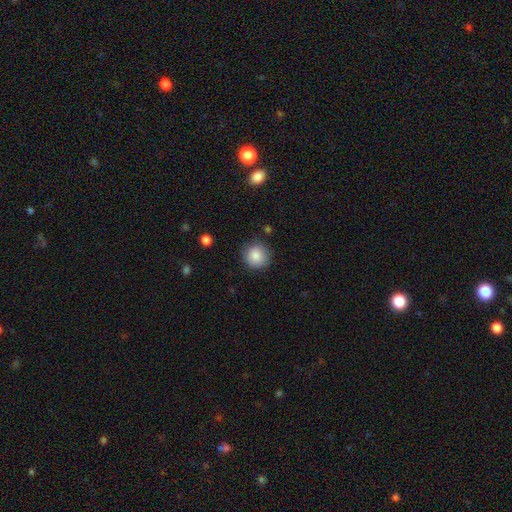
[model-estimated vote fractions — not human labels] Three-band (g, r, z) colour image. It shows a smooth galaxy with no disk features (86%) that is round (92%). Merging: none (85%).